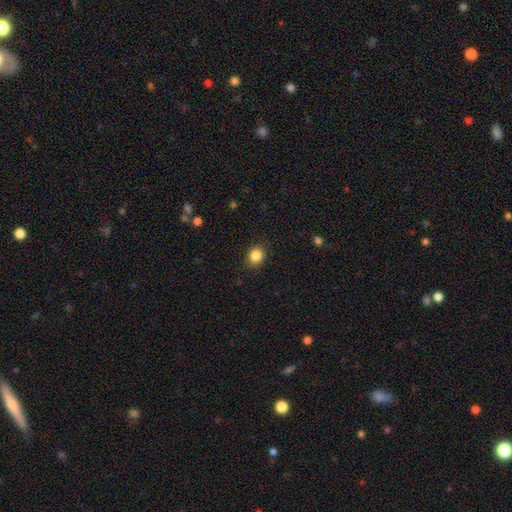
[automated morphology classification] smooth-or-featured: smooth: 86% | star or artifact: 10% | featured or disk: 4%
  how-rounded: round: 72% | in between: 27% | cigar-shaped: 1%
  merging: none: 89% | minor disturbance: 8% | major disturbance: 2% | merger: 1%